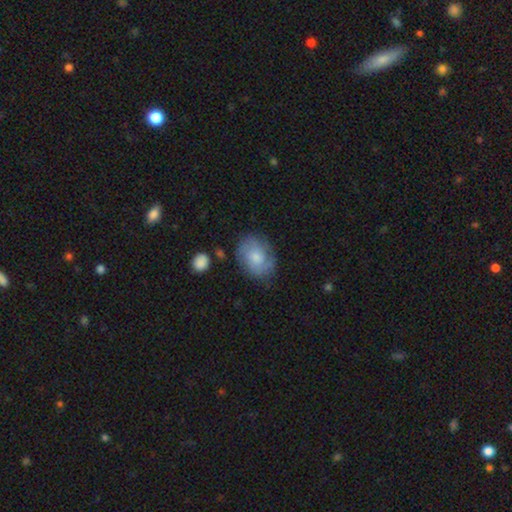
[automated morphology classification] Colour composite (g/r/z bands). It shows a smooth galaxy with no disk features (49%). Merging: none (74%).